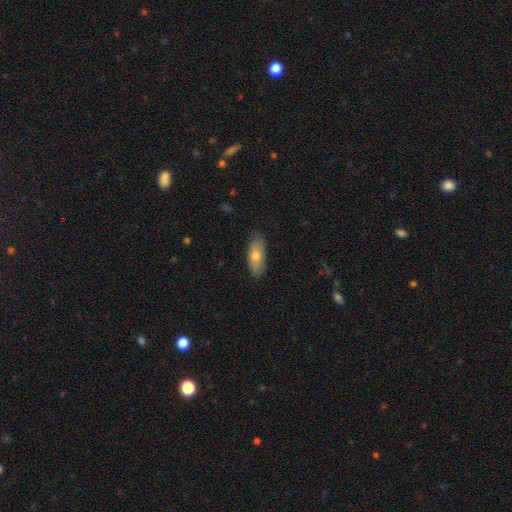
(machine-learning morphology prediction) This appears to be a smooth galaxy with no disk features (69%) that is in between round and cigar-shaped (74%). Merging: none (84%).